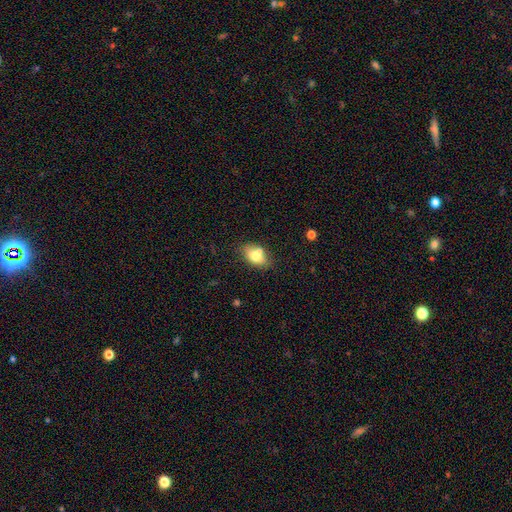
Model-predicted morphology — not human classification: Smooth or featured? smooth (73%)
How rounded? in between (82%)
Merging? none (60%)